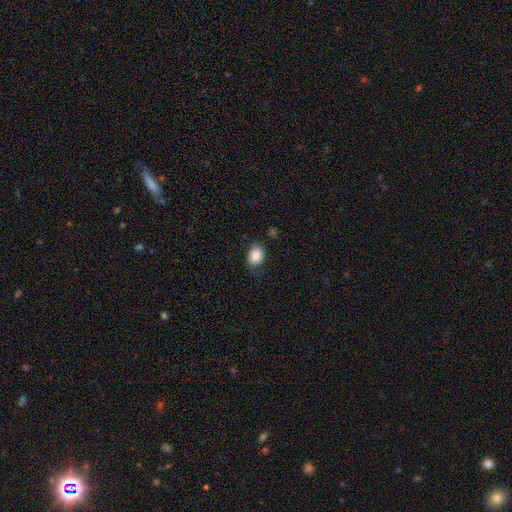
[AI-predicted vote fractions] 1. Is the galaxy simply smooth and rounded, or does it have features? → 82% smooth, 10% featured or disk, 8% star or artifact.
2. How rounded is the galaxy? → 68% in between, 31% round, 1% cigar-shaped.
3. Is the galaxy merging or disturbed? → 69% none, 23% minor disturbance, 6% major disturbance, 2% merger.